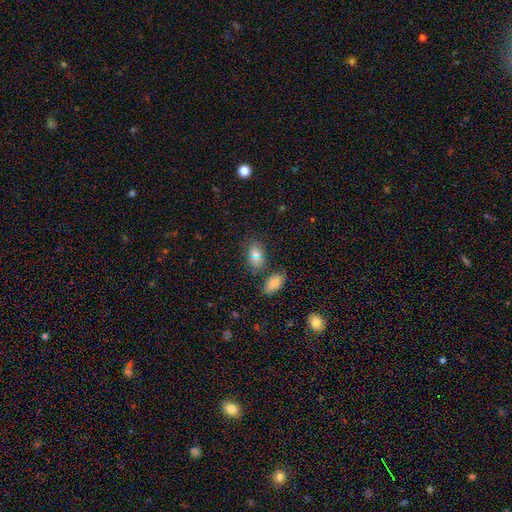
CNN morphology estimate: Smooth or featured: smooth — 77% (star or artifact — 12%)
How rounded: in between — 83% (round — 16%)
Merging: none — 64% (merger — 16%)